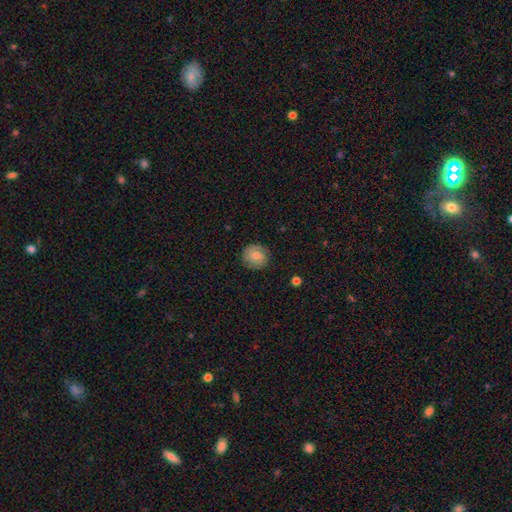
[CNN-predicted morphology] smooth 73%, featured or disk 20%, star or artifact 8%. Down the decision tree: how rounded — round (89%); merging — none (85%).